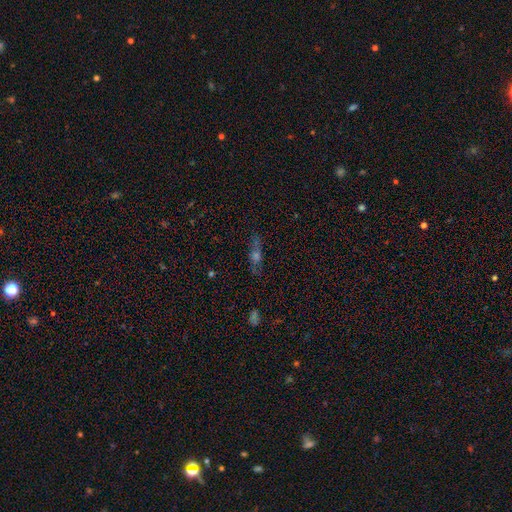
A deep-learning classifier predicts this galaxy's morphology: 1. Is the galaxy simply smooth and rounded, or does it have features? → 45% featured or disk, 31% smooth, 24% star or artifact.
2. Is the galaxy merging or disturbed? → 77% none, 15% minor disturbance, 5% major disturbance, 3% merger.